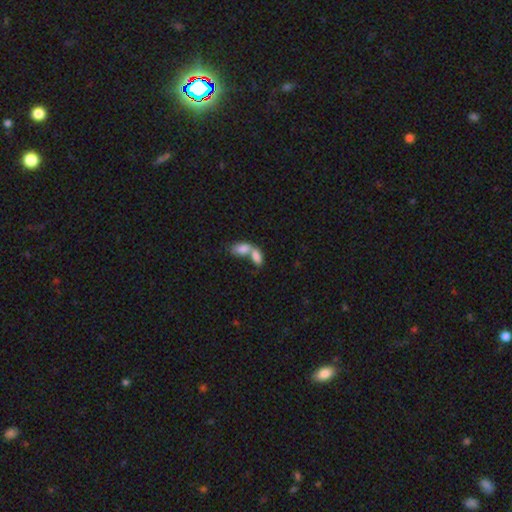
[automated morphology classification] Smooth or featured? Predicted: smooth (p=0.82). How rounded? Predicted: in between (p=0.91). Merging? Predicted: merger (p=0.74).